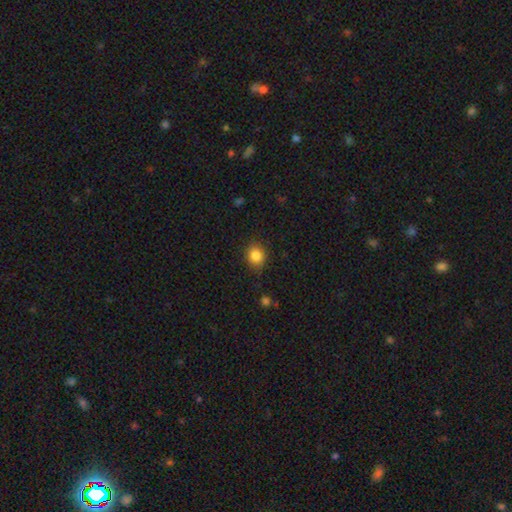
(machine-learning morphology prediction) Overall: smooth (85%). How rounded: round (70%). Merging: none (83%).